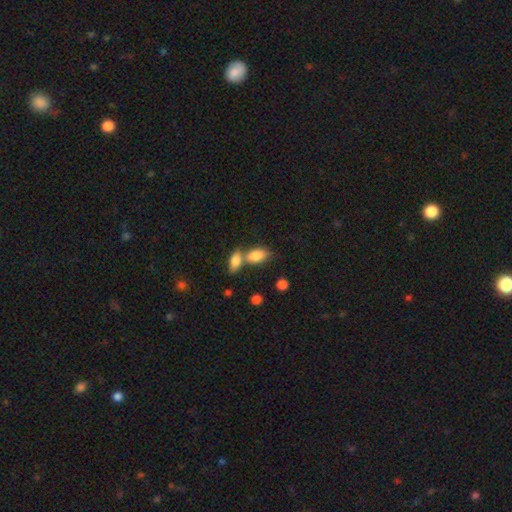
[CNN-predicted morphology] A smooth galaxy with no disk features (83%) that is in between round and cigar-shaped (90%).

Vote fractions:
- Smooth or featured? smooth: 83% / featured or disk: 9% / star or artifact: 8%
- How rounded? in between: 90% / round: 7% / cigar-shaped: 4%
- Merging? merger: 47% / none: 38% / minor disturbance: 11% / major disturbance: 4%